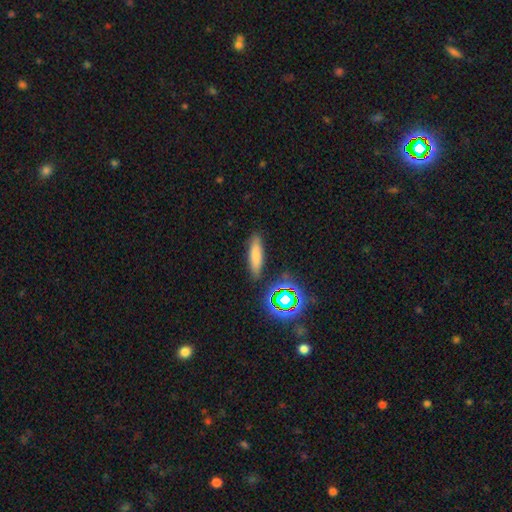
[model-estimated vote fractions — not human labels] A smooth galaxy with no disk features (72%) that is cigar-shaped (62%). Merging: none (86%).